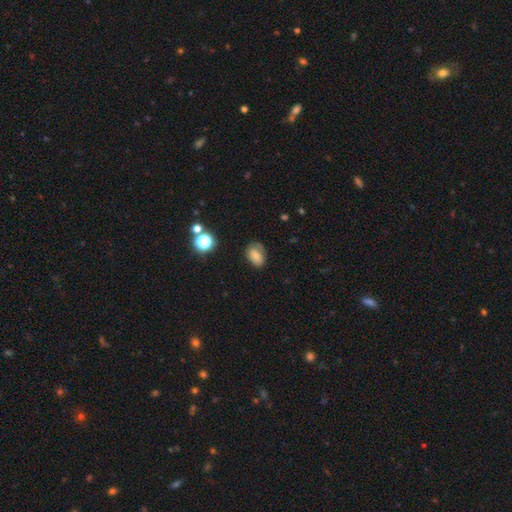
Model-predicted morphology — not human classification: This is likely a smooth galaxy (70%). How rounded: likely in between (78%). Merging: likely none (62%).